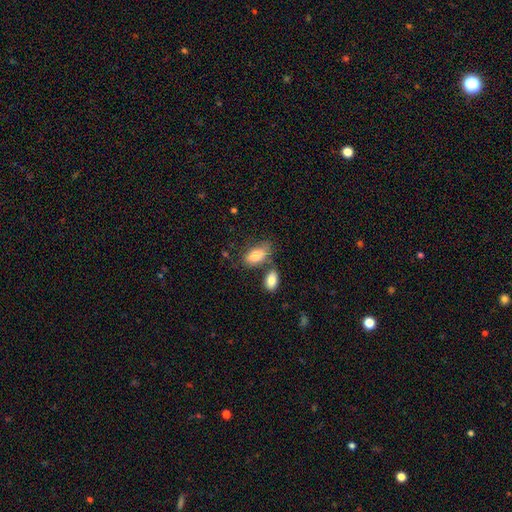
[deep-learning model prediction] Smooth or featured? Predicted: smooth (p=0.80). How rounded? Predicted: in between (p=0.91). Merging? Predicted: none (p=0.53).